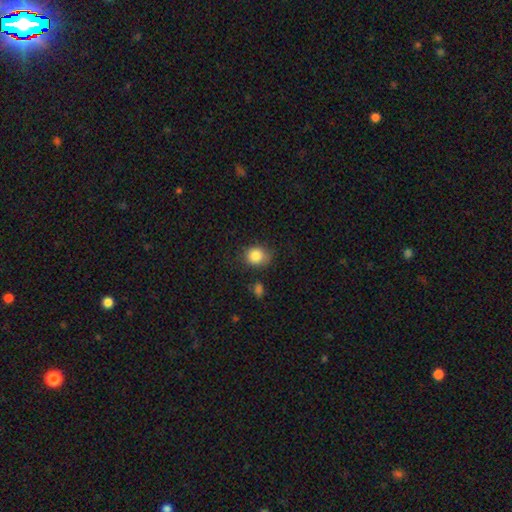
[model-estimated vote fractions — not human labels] A smooth galaxy with no disk features (85%) that is round (73%).

Vote fractions:
- Smooth or featured? smooth: 85% / star or artifact: 9% / featured or disk: 6%
- How rounded? round: 73% / in between: 26% / cigar-shaped: 1%
- Merging? none: 74% / minor disturbance: 18% / major disturbance: 5% / merger: 3%